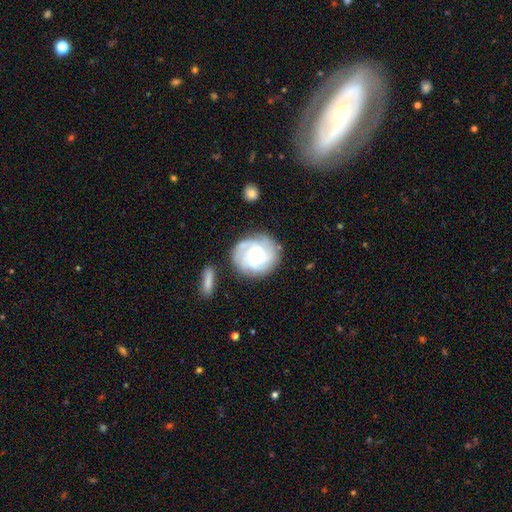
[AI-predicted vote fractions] This appears to be a featured or disk galaxy (75%) with no bar (74%), tight (66%) spiral arms (94%) and a small central bulge (66%). Merging: none (72%).